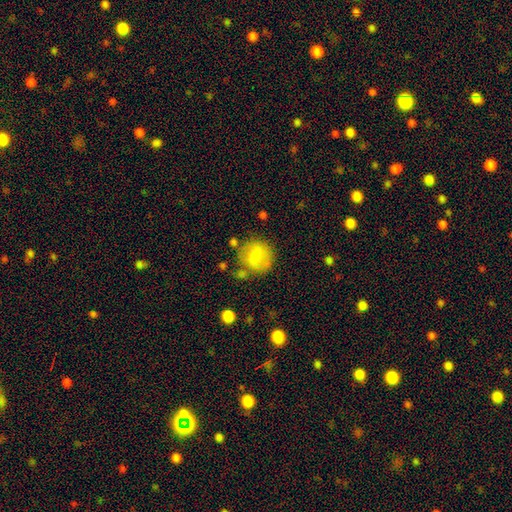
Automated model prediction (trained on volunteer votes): This appears to be a smooth galaxy with no disk features (71%) that is round (86%). Merging: none (66%).